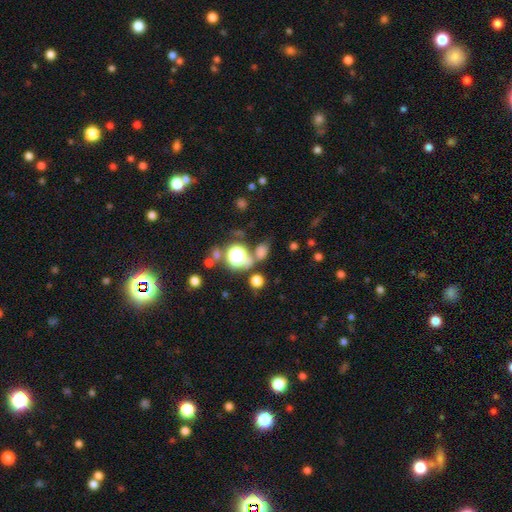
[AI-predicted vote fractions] Smooth or featured? star or artifact (55%)